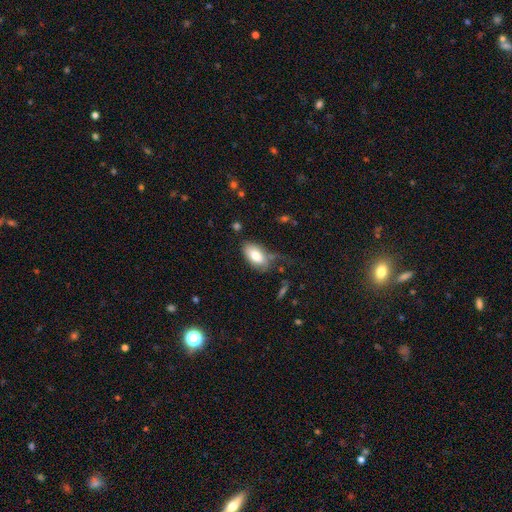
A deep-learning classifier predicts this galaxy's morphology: Smooth or featured: smooth — 76% (featured or disk — 17%)
How rounded: in between — 93% (round — 4%)
Merging: none — 53% (minor disturbance — 27%)